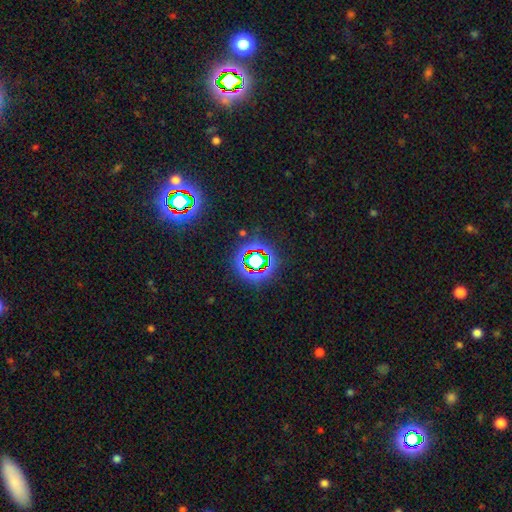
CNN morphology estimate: star or artifact 76%, smooth 14%, featured or disk 10%.